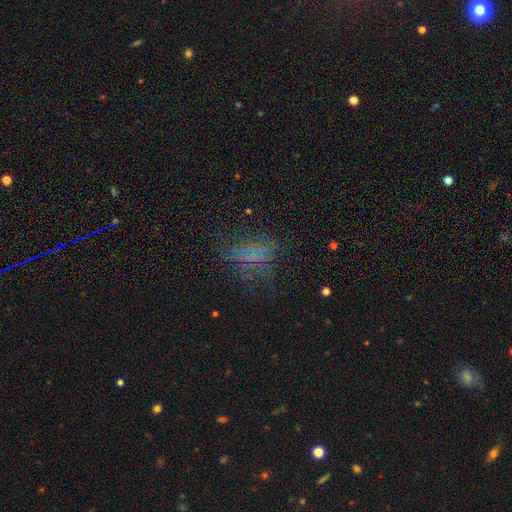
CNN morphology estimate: This appears to be a star or artifact, not a galaxy (48%).